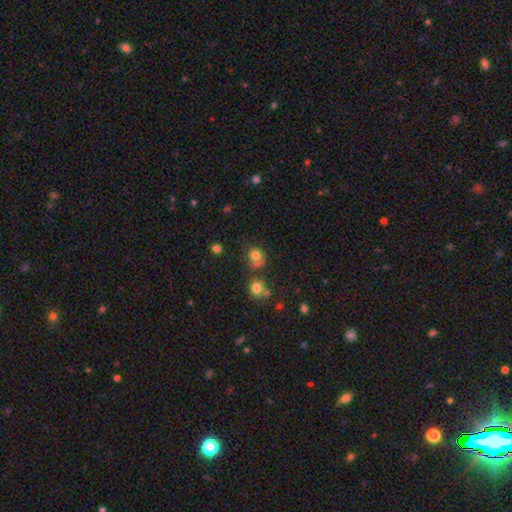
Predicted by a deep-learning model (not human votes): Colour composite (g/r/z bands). It shows a smooth galaxy with no disk features (77%) that is round (65%). Merging: none (53%).